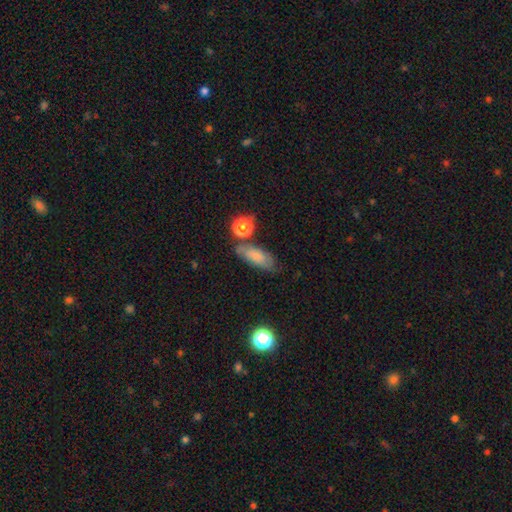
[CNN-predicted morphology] Smooth or featured: smooth — 64% (featured or disk — 25%)
How rounded: in between — 77% (cigar-shaped — 17%)
Merging: none — 63% (minor disturbance — 21%)